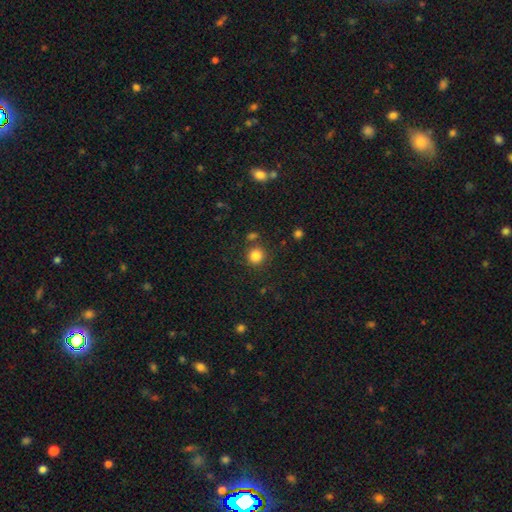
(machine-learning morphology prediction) smooth-or-featured: smooth: 83% | star or artifact: 12% | featured or disk: 5%
  how-rounded: round: 90% | in between: 9% | cigar-shaped: 1%
  merging: none: 81% | minor disturbance: 8% | merger: 7% | major disturbance: 3%